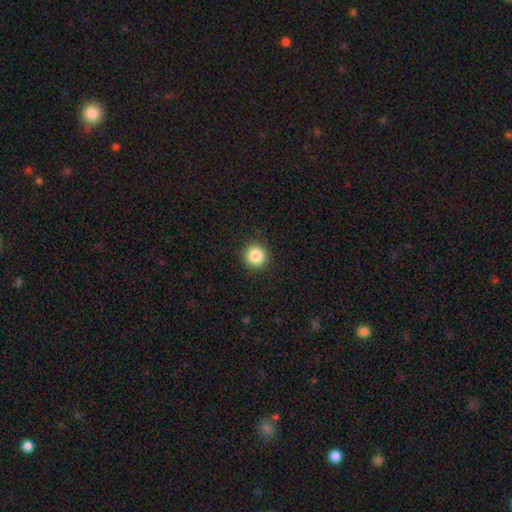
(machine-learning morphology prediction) This is clearly a smooth galaxy (86%). How rounded: clearly round (95%). Merging: clearly none (92%).